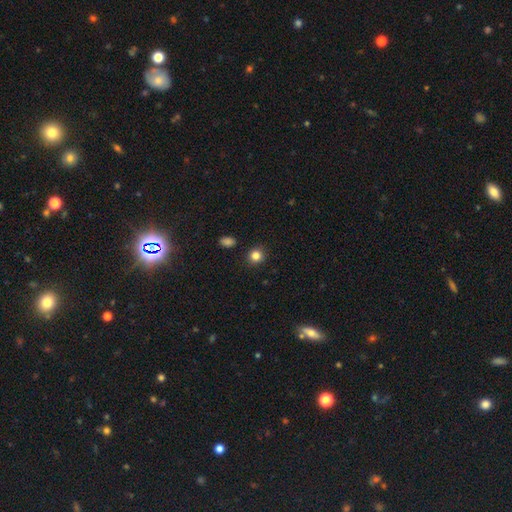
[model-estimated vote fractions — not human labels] Morphology: type=smooth (83%); roundness=round (85%); merging=none (90%).